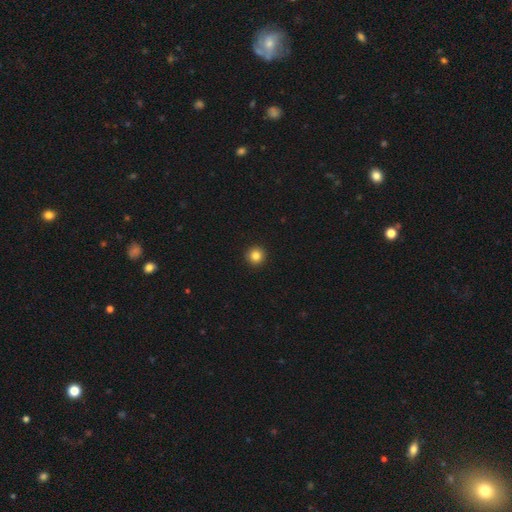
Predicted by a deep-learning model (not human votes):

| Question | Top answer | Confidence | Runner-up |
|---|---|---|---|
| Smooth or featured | smooth | 84% | star or artifact (11%) |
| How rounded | round | 96% | in between (3%) |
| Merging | none | 94% | minor disturbance (4%) |